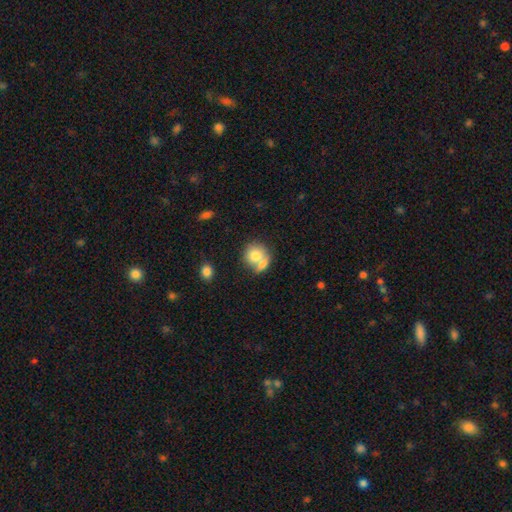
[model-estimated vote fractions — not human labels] smooth_or_featured: smooth (p=0.75) [alt: featured or disk p=0.17]
how_rounded: round (p=0.76) [alt: in between p=0.23]
merging: merger (p=0.52) [alt: none p=0.35]